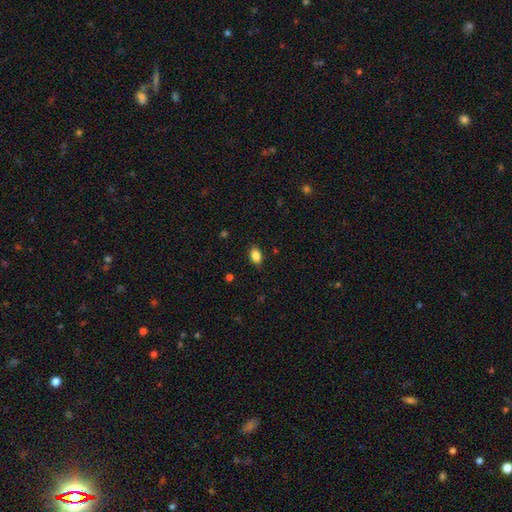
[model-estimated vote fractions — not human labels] Smooth or featured?
  - smooth: 86% *
  - star or artifact: 9%
  - featured or disk: 6%
How rounded?
  - in between: 85% *
  - round: 13%
  - cigar-shaped: 2%
Merging?
  - none: 86% *
  - minor disturbance: 11%
  - major disturbance: 2%
  - merger: 1%